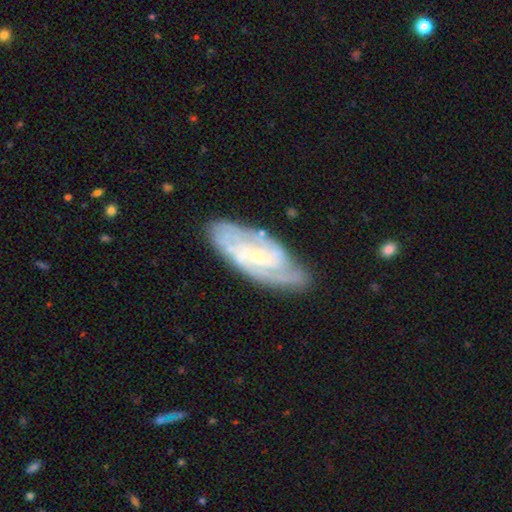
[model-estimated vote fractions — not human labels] The model was most divided on "spiral arm count": 2: 37%, can't tell: 32%, 3: 17%, 4: 6%, 1: 4%, more than 4: 4%. More confident: spiral arms — yes (94%); edge-on disk — no (92%); smooth or featured — featured or disk (83%); bulge size — small (77%); merging — none (73%); spiral winding — tight (55%); bar — no (54%).